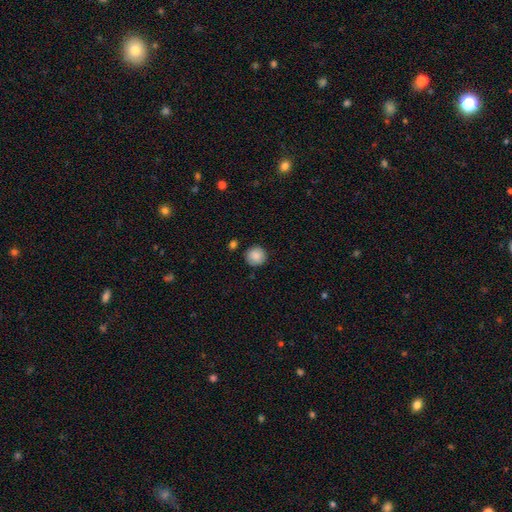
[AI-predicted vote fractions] smooth-or-featured: smooth: 88% | star or artifact: 8% | featured or disk: 5%
  how-rounded: round: 94% | in between: 5% | cigar-shaped: 1%
  merging: none: 87% | minor disturbance: 9% | merger: 2% | major disturbance: 2%